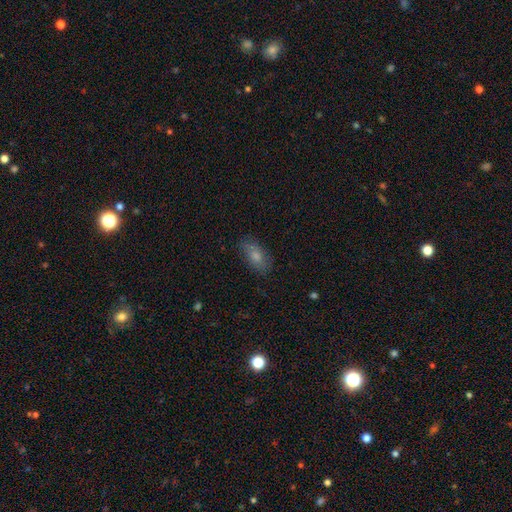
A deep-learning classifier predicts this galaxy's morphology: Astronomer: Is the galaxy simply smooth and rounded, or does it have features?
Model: smooth — 73%.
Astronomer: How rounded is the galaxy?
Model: in between — 89%.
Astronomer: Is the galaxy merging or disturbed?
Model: none — 74%.